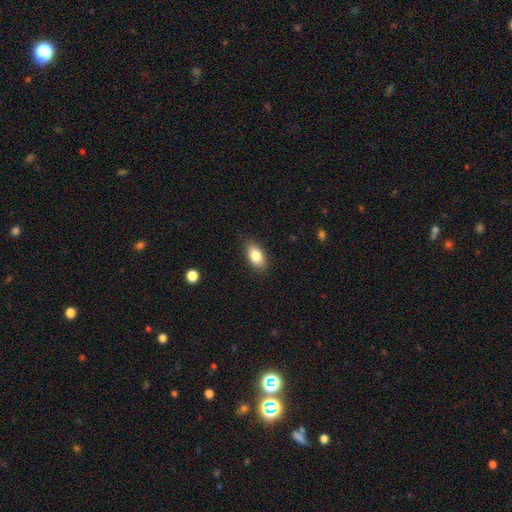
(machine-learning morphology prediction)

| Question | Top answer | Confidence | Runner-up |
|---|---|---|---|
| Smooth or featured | smooth | 84% | featured or disk (9%) |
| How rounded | in between | 90% | round (6%) |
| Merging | none | 86% | minor disturbance (10%) |